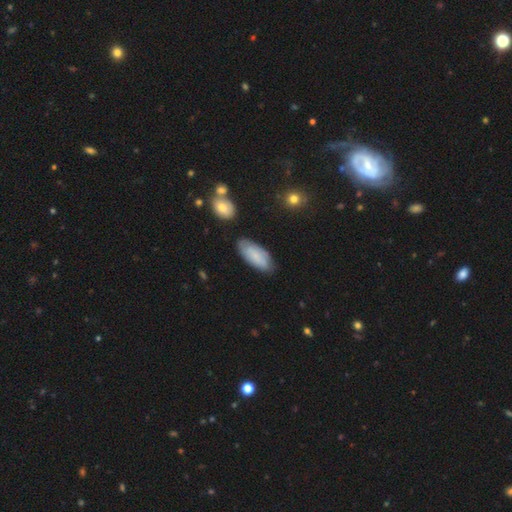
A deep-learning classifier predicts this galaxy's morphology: Q: Smooth or featured?
A: smooth (72%); runner-up: featured or disk (21%)
Q: How rounded?
A: in between (87%); runner-up: cigar-shaped (11%)
Q: Merging?
A: none (77%); runner-up: minor disturbance (17%)